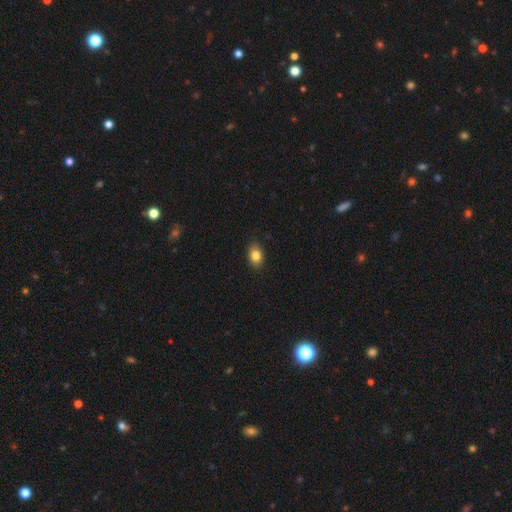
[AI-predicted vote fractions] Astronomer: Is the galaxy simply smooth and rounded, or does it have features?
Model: smooth — 82%.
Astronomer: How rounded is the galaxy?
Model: in between — 80%.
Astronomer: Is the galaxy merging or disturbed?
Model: none — 86%.